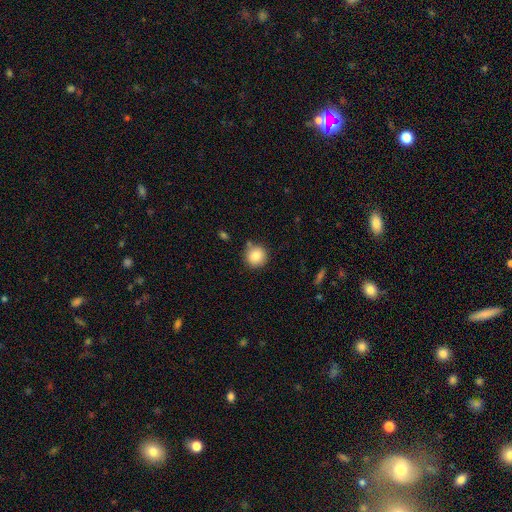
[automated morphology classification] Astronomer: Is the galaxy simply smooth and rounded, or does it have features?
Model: smooth — 85%.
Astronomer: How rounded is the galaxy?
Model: round — 93%.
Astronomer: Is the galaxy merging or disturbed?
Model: none — 81%.